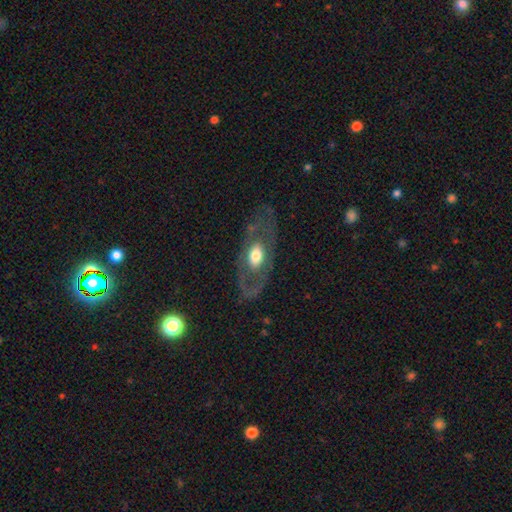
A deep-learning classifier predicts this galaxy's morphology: Smooth or featured?
  - featured or disk: 60% *
  - smooth: 34%
  - star or artifact: 6%
Edge-on disk?
  - no: 86% *
  - yes: 14%
Bar?
  - no: 82% *
  - weak: 13%
  - strong: 5%
Spiral arms?
  - no: 71% *
  - yes: 29%
Bulge size?
  - moderate: 53% *
  - large: 37%
  - small: 6%
  - dominant: 3%
  - none: 1%
Merging?
  - none: 72% *
  - minor disturbance: 15%
  - major disturbance: 11%
  - merger: 1%